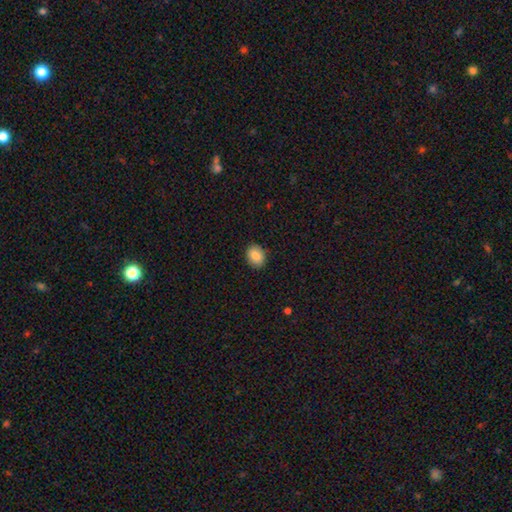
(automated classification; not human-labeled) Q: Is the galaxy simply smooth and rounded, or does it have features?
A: smooth — 87%.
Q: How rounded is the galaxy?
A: in between — 60%.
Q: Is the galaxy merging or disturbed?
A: none — 89%.